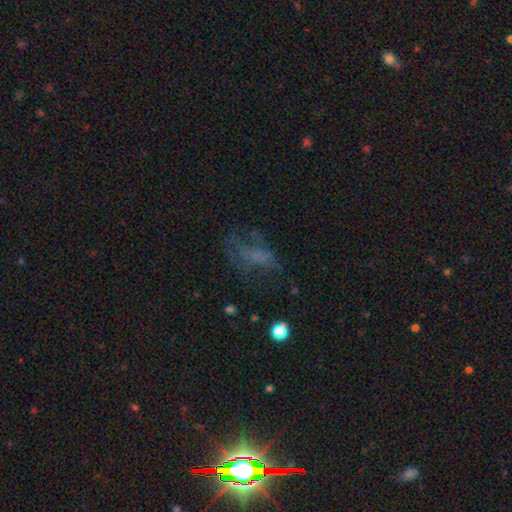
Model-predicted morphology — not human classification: Smooth or featured? Predicted: featured or disk (p=0.38). Merging? Predicted: none (p=0.43).